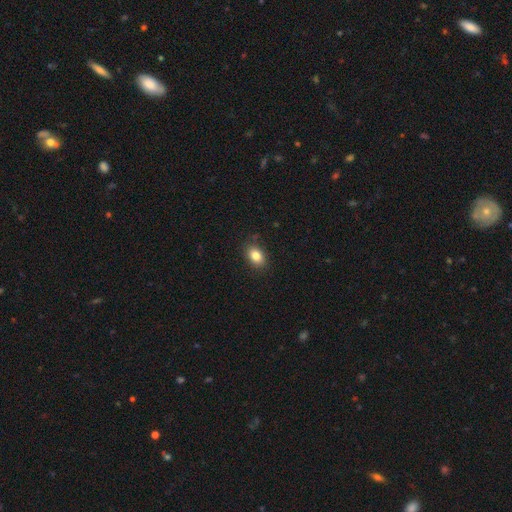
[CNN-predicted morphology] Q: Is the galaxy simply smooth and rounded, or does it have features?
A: smooth — 83%.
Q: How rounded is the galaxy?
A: in between — 80%.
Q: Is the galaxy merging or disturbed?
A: none — 85%.